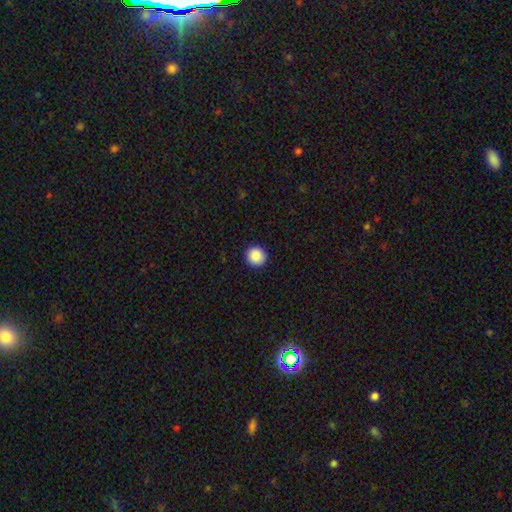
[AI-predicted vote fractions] smooth-or-featured: smooth: 89% | star or artifact: 8% | featured or disk: 3%
  how-rounded: round: 95% | in between: 4% | cigar-shaped: 1%
  merging: none: 93% | minor disturbance: 5% | major disturbance: 2% | merger: 1%